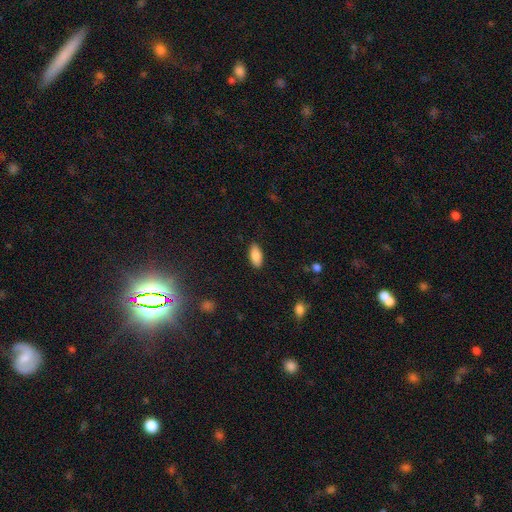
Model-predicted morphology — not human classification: Smooth or featured: smooth — 87% (star or artifact — 7%)
How rounded: in between — 89% (cigar-shaped — 9%)
Merging: none — 87% (minor disturbance — 9%)